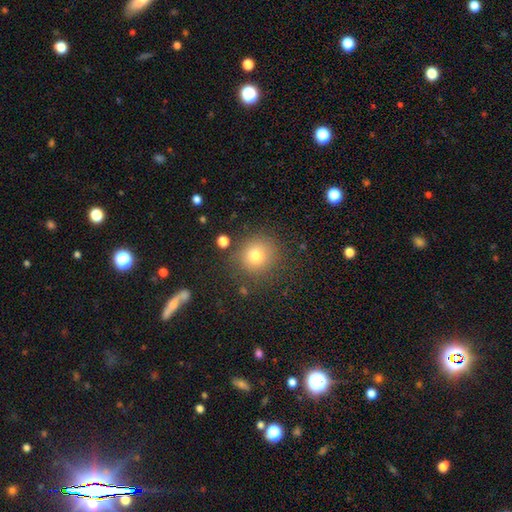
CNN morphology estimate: Smooth or featured? Predicted: smooth (p=0.76). How rounded? Predicted: round (p=0.90). Merging? Predicted: none (p=0.82).